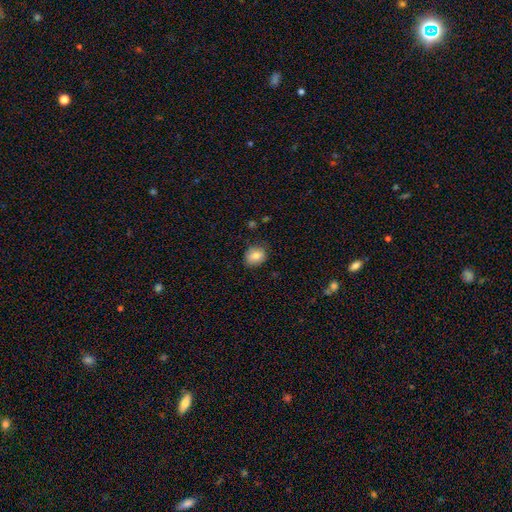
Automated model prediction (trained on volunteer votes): The model was most divided on "how rounded": round: 52%, in between: 47%, cigar-shaped: 1%. More confident: smooth or featured — smooth (81%); merging — none (81%).